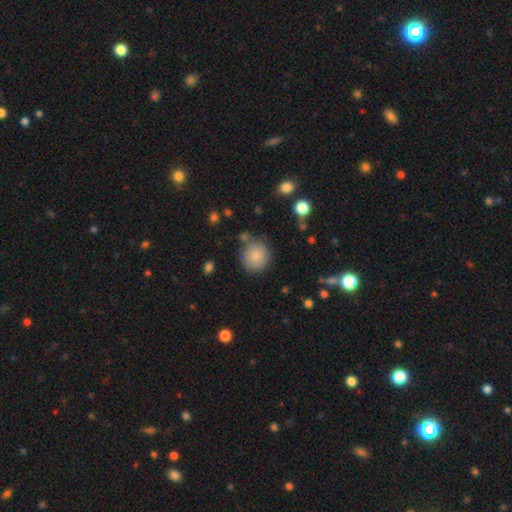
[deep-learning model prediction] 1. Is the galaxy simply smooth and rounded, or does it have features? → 82% smooth, 9% star or artifact, 8% featured or disk.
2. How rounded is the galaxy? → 89% round, 10% in between, 1% cigar-shaped.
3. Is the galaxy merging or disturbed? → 79% none, 12% minor disturbance, 5% merger, 4% major disturbance.